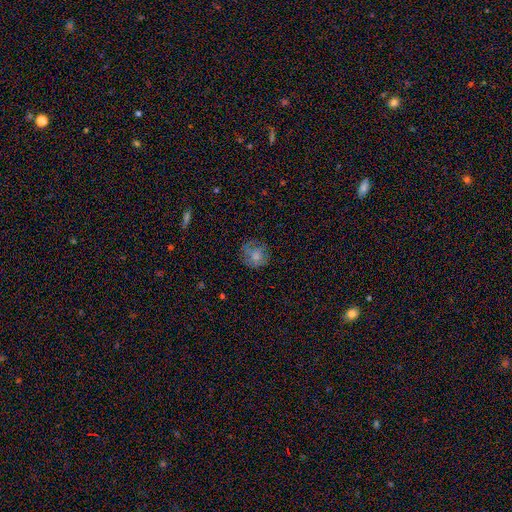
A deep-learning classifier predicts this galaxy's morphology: smooth_or_featured: smooth (p=0.67) [alt: featured or disk p=0.21]
how_rounded: round (p=0.80) [alt: in between p=0.19]
merging: none (p=0.68) [alt: minor disturbance p=0.20]